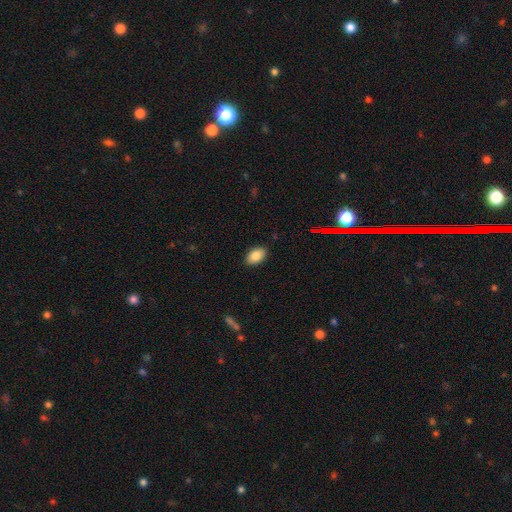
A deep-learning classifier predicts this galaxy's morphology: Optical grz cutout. It shows a smooth galaxy with no disk features (85%) that is in between round and cigar-shaped (90%). Merging: none (88%).